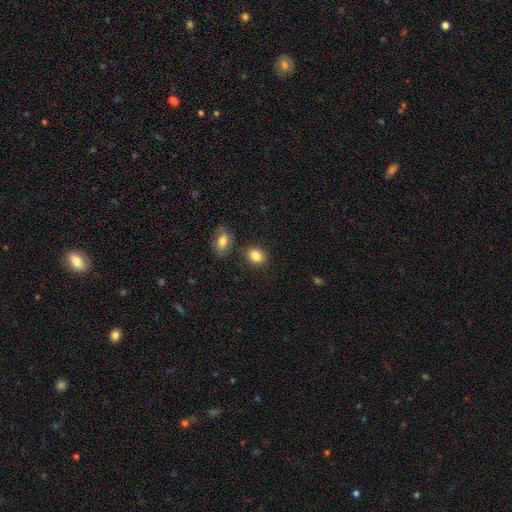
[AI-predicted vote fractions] A smooth galaxy with no disk features (85%) that is round (53%). Merging: none (81%).